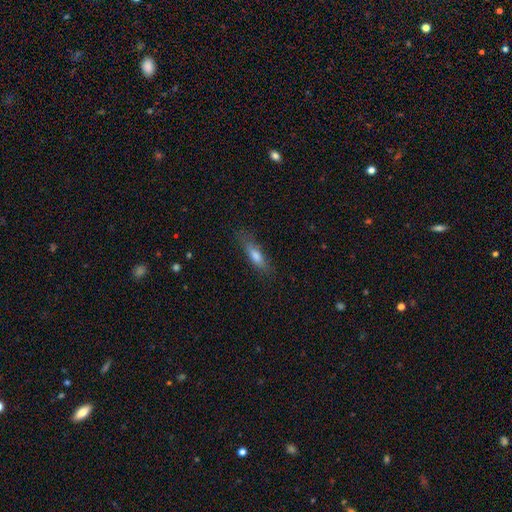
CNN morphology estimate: Overall: smooth (68%). How rounded: cigar-shaped (63%; in between 35%). Merging: none (75%).